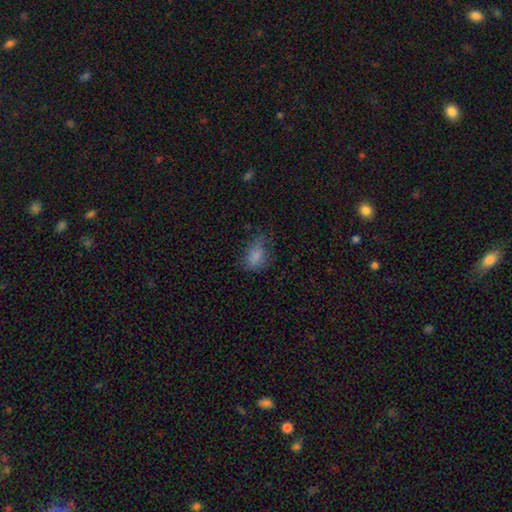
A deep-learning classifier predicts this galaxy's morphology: A smooth galaxy with no disk features (76%) that is in between round and cigar-shaped (77%). Merging: none (46%).